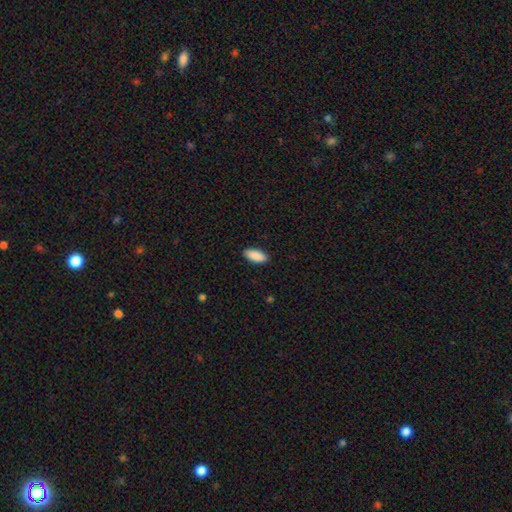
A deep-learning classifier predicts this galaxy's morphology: smooth_or_featured: smooth (p=0.91) [alt: star or artifact p=0.06]
how_rounded: in between (p=0.88) [alt: cigar-shaped p=0.10]
merging: none (p=0.90) [alt: minor disturbance p=0.07]